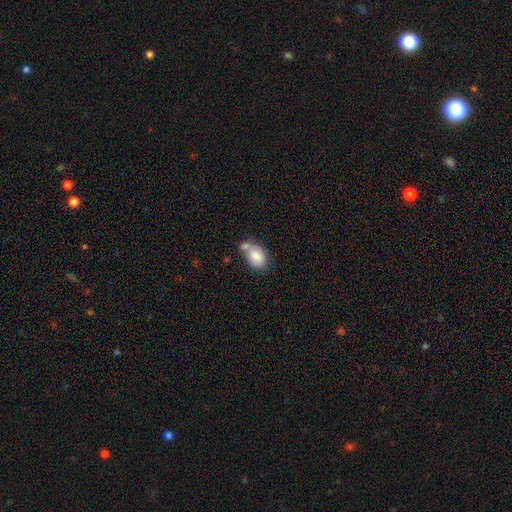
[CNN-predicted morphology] Overall: smooth (81%). How rounded: in between (78%). Merging: merger (40%; none 36%).